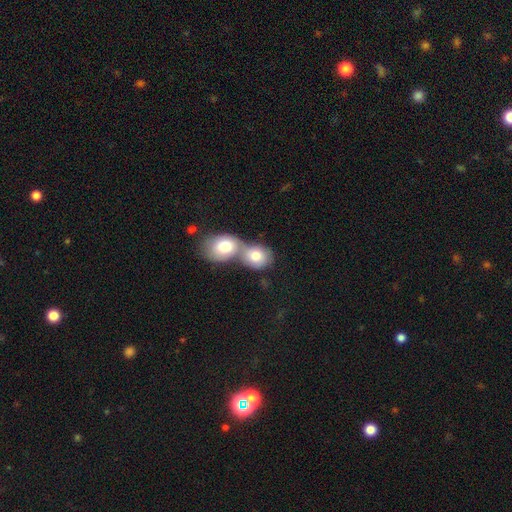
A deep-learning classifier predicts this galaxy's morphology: A smooth galaxy with no disk features (79%) that is round (58%). Merging: merger (68%).